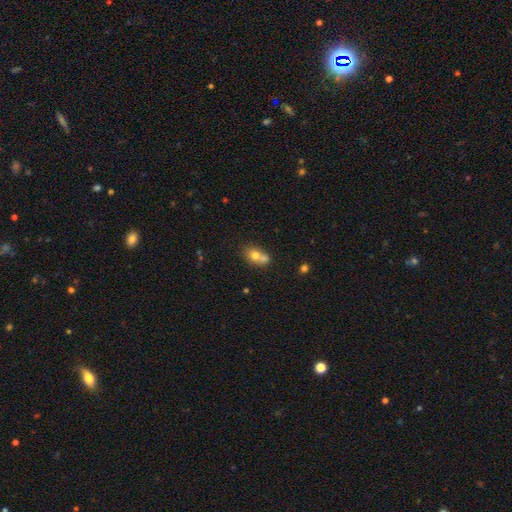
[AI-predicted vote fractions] Overall: smooth (70%). How rounded: in between (54%; round 44%). Merging: merger (56%; none 30%).